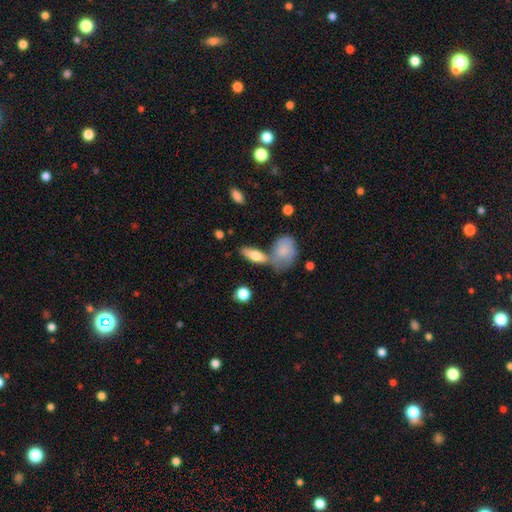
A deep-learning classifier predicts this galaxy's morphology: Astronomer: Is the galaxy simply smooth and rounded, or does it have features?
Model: smooth — 68%.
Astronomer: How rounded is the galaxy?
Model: in between — 68%.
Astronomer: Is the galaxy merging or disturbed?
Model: none — 50% (runner-up: merger, 32%).